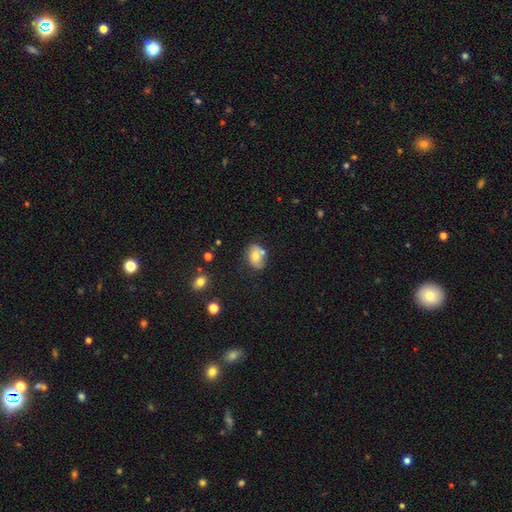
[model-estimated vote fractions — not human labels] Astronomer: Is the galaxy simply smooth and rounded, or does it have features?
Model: smooth — 66%.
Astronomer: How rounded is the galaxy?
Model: in between — 72%.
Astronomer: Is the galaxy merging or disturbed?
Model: none — 61%.